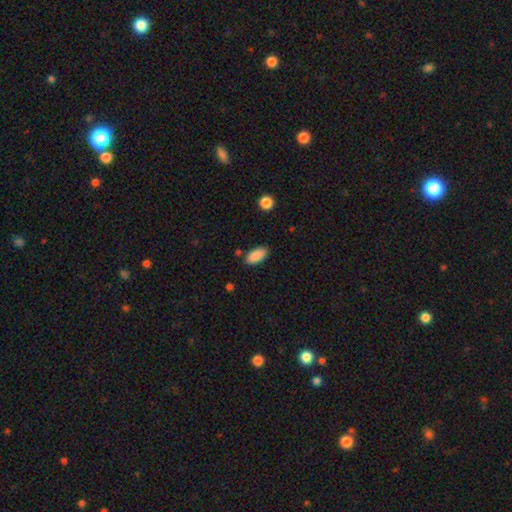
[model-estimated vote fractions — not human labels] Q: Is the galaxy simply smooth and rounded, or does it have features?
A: smooth — 89%.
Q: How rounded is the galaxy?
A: in between — 91%.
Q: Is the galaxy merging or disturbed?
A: none — 81%.